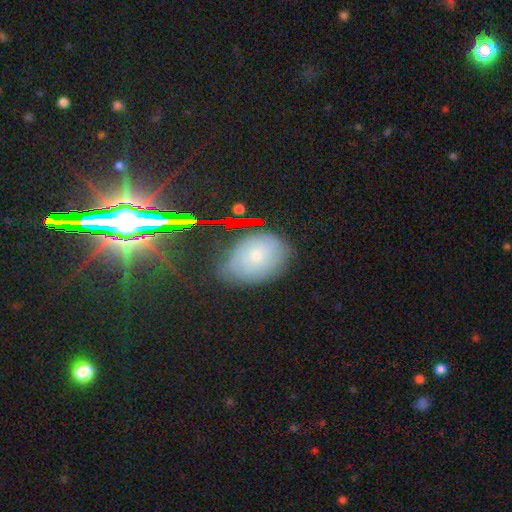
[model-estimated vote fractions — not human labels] Overall: featured or disk (45%; smooth 35%). Merging: none (75%).